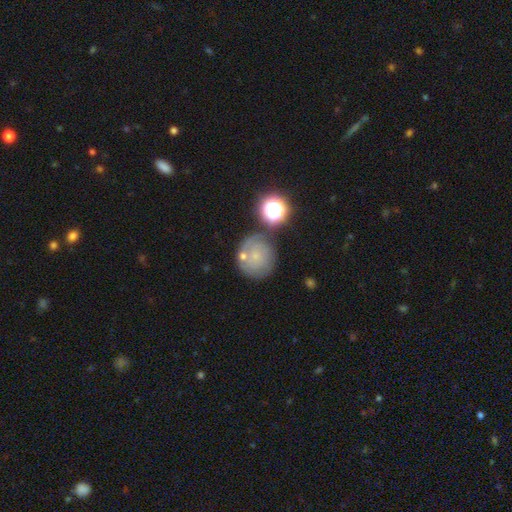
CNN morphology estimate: smooth 43%, featured or disk 40%, star or artifact 17%. Down the decision tree: merging — none (62%).